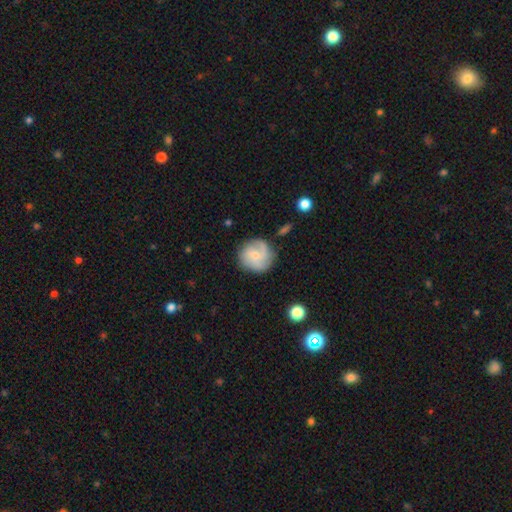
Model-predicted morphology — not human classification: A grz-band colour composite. It shows a featured or disk galaxy (60%) with no bar (52%), 2 (47%) medium (44%) spiral arms (88%) and a small central bulge (66%). Merging: none (73%).